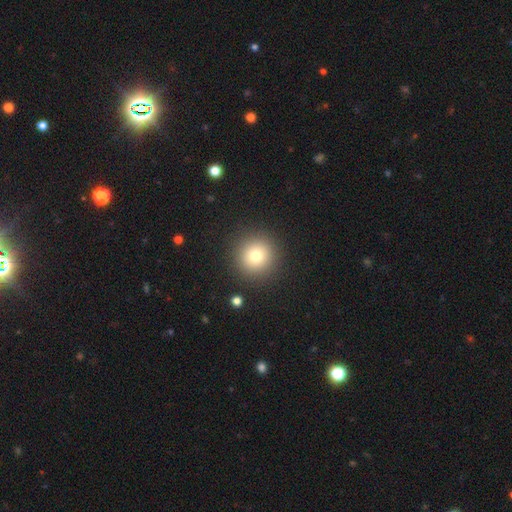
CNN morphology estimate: Overall: smooth (75%). How rounded: round (95%). Merging: none (90%).